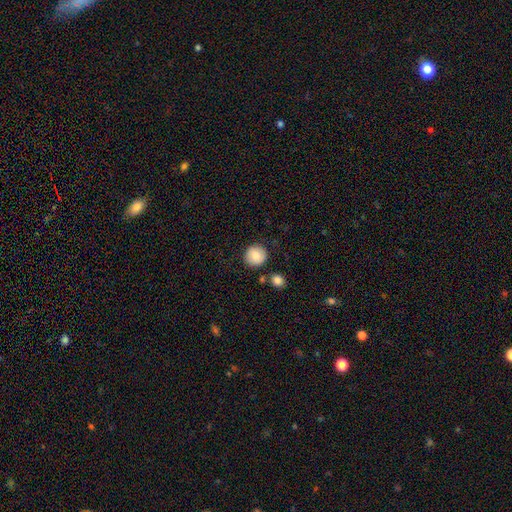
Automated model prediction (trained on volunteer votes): This is likely a smooth galaxy (80%). How rounded: clearly round (94%). Merging: clearly none (86%).